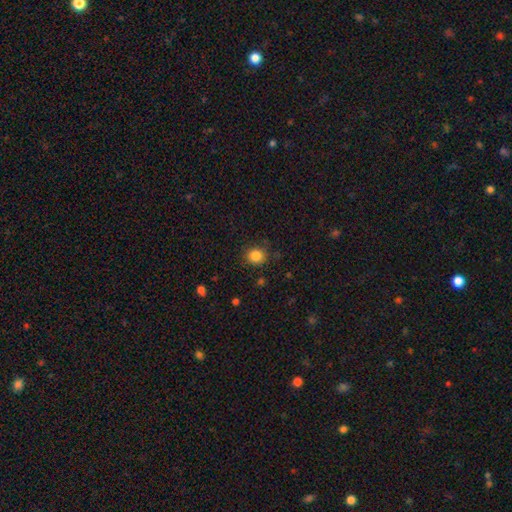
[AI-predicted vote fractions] Q: Smooth or featured?
A: smooth (84%); runner-up: star or artifact (11%)
Q: How rounded?
A: round (84%); runner-up: in between (15%)
Q: Merging?
A: none (84%); runner-up: minor disturbance (11%)